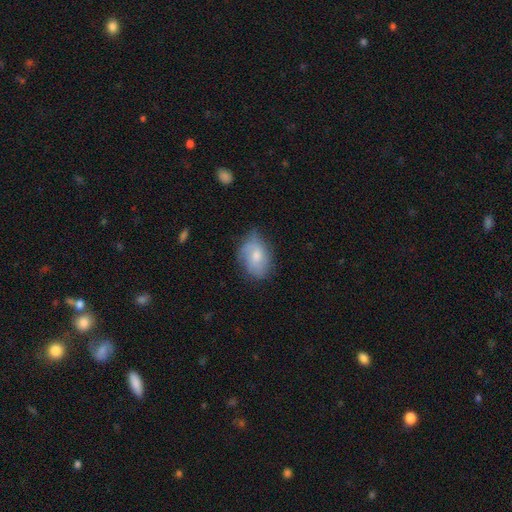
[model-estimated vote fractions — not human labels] This is possibly a smooth galaxy (58%). How rounded: likely in between (78%). Merging: possibly none (57%).